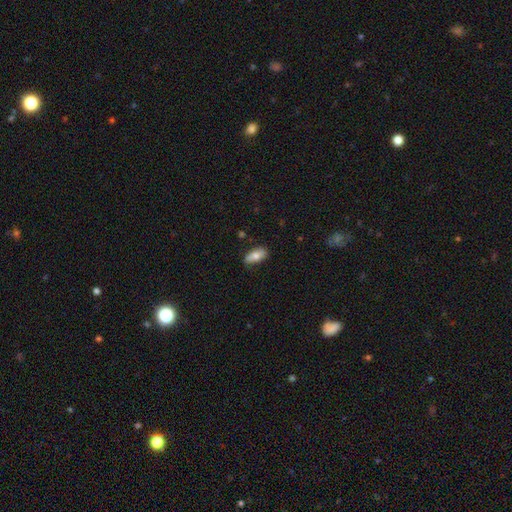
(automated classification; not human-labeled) smooth 72%, featured or disk 21%, star or artifact 7%. Down the decision tree: how rounded — in between (87%); merging — none (73%).